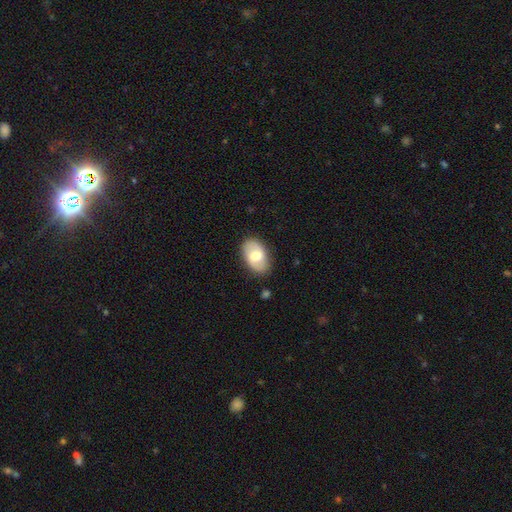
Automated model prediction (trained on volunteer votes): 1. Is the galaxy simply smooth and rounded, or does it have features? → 50% smooth, 43% featured or disk, 6% star or artifact.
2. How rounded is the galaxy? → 91% in between, 7% round, 1% cigar-shaped.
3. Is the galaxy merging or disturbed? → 83% none, 12% minor disturbance, 3% major disturbance, 1% merger.